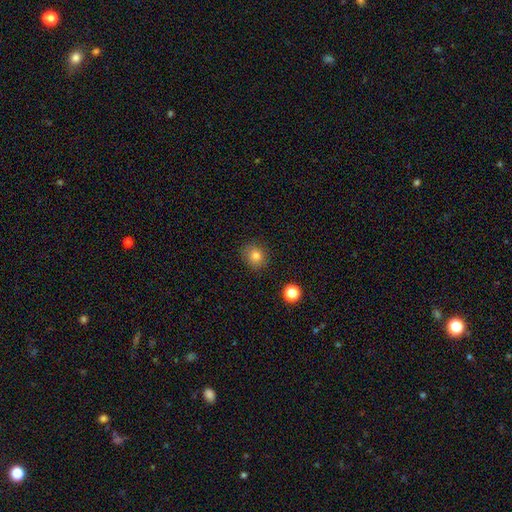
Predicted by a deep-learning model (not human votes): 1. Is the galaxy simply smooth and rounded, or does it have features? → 81% smooth, 12% star or artifact, 7% featured or disk.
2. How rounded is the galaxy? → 79% round, 20% in between, 1% cigar-shaped.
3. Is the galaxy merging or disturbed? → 86% none, 10% minor disturbance, 3% major disturbance, 2% merger.